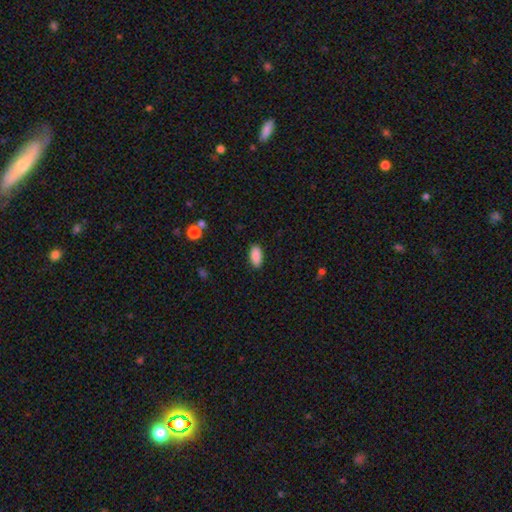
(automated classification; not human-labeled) smooth_or_featured: smooth (p=0.89) [alt: star or artifact p=0.07]
how_rounded: in between (p=0.91) [alt: cigar-shaped p=0.07]
merging: none (p=0.88) [alt: minor disturbance p=0.09]